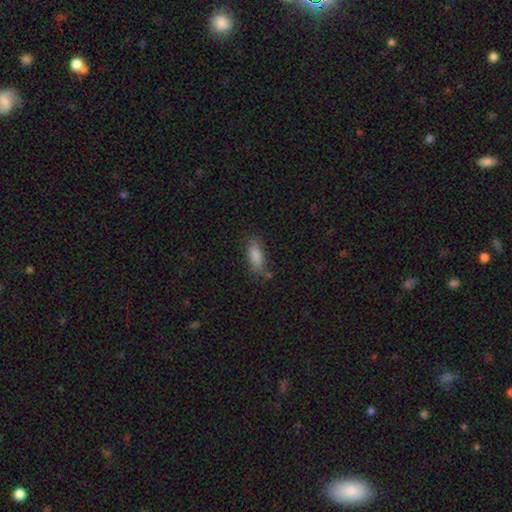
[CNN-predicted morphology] smooth_or_featured: smooth (p=0.86) [alt: star or artifact p=0.07]
how_rounded: in between (p=0.71) [alt: cigar-shaped p=0.27]
merging: none (p=0.72) [alt: minor disturbance p=0.19]